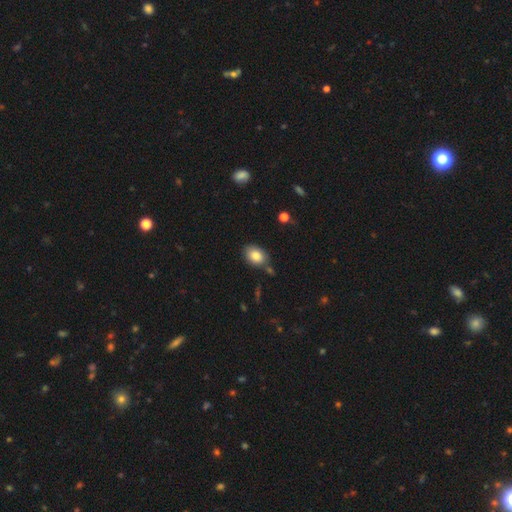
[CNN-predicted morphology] This is clearly a smooth galaxy (84%). How rounded: likely in between (77%). Merging: likely none (76%).